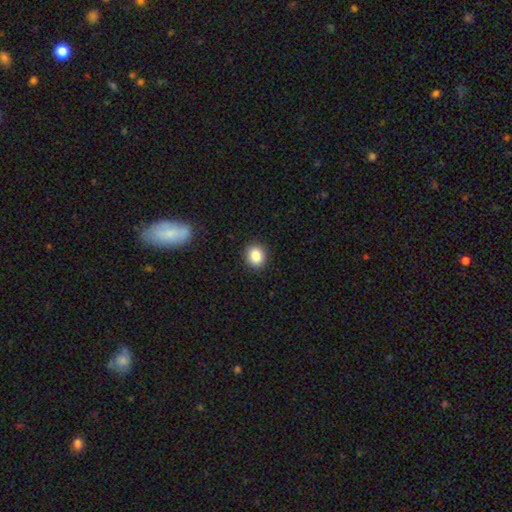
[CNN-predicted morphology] Smooth or featured: smooth — 86% (star or artifact — 9%)
How rounded: round — 71% (in between — 28%)
Merging: none — 91% (minor disturbance — 6%)